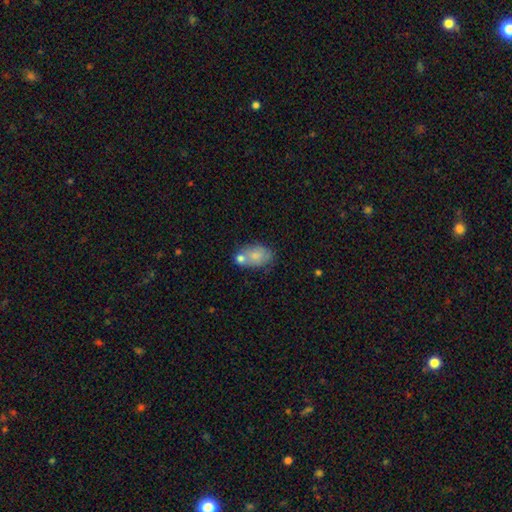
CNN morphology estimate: smooth_or_featured: smooth (p=0.73) [alt: featured or disk p=0.19]
how_rounded: in between (p=0.84) [alt: round p=0.14]
merging: none (p=0.43) [alt: merger p=0.30]